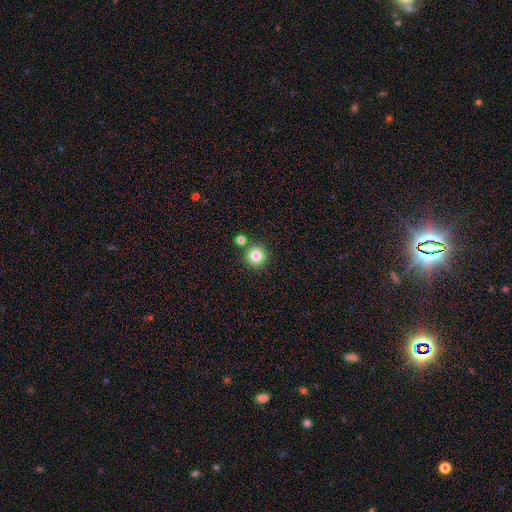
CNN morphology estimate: A smooth galaxy with no disk features (83%) that is round (95%). Merging: none (82%).